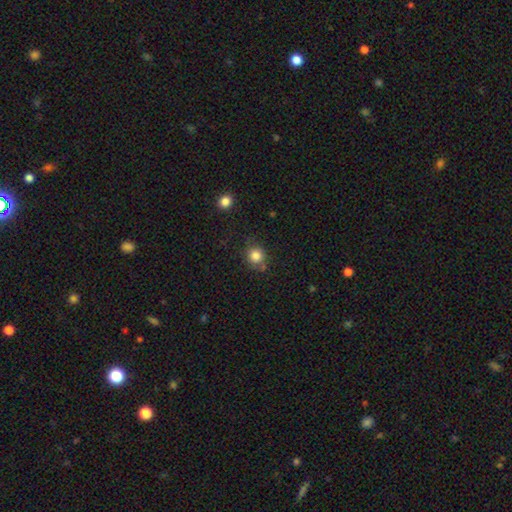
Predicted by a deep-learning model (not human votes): smooth-or-featured: smooth: 83% | star or artifact: 11% | featured or disk: 6%
  how-rounded: round: 85% | in between: 14% | cigar-shaped: 1%
  merging: none: 73% | minor disturbance: 16% | merger: 7% | major disturbance: 5%